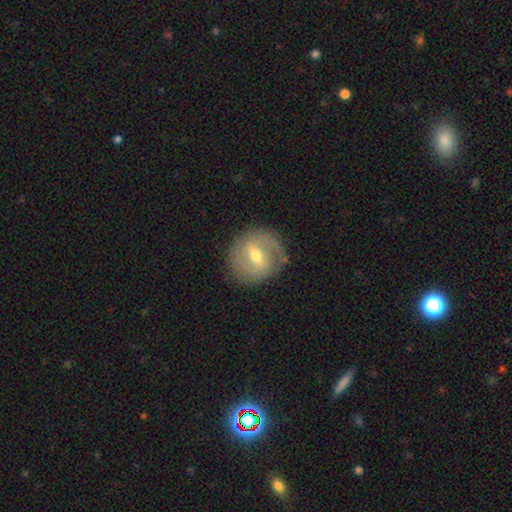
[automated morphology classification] featured or disk 68%, smooth 25%, star or artifact 7%. Down the decision tree: edge-on disk — no (95%); bar — weak (51%); spiral arms — yes (74%); bulge size — moderate (64%); merging — none (79%).